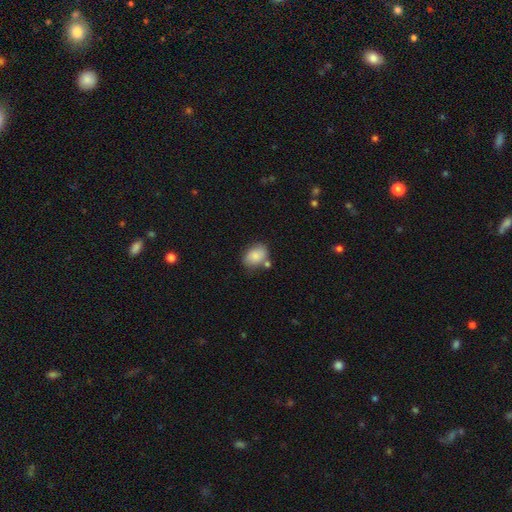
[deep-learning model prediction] smooth 83%, featured or disk 10%, star or artifact 8%. Down the decision tree: how rounded — in between (73%); merging — none (64%).